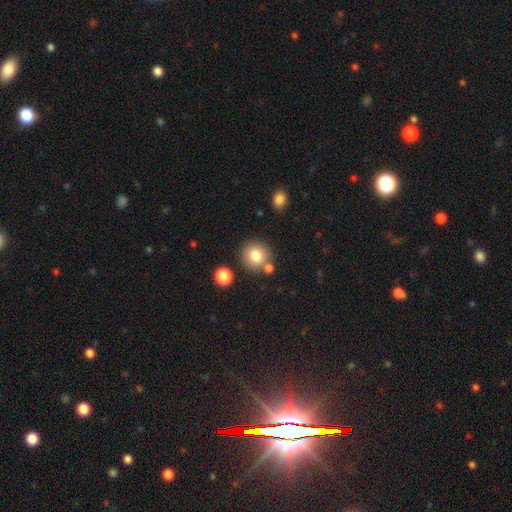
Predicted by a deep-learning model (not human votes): A smooth galaxy with no disk features (80%) that is round (91%). Merging: none (76%).